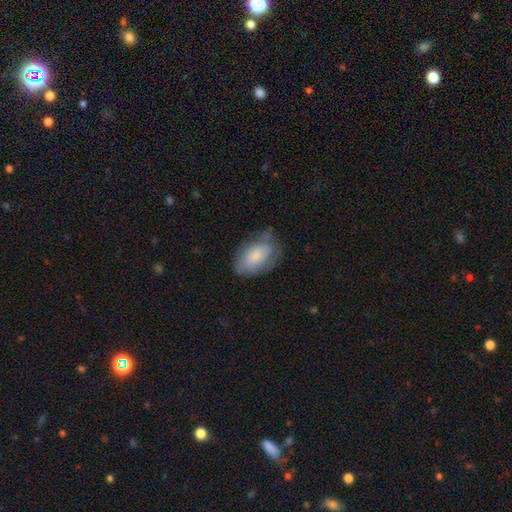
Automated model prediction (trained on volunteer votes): This is likely a smooth galaxy (71%). How rounded: clearly in between (92%). Merging: possibly none (58%).